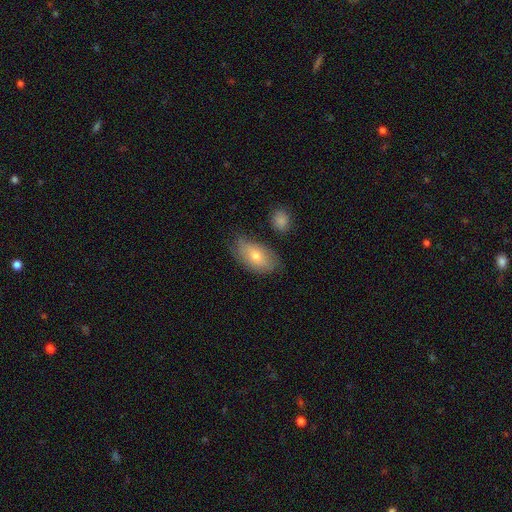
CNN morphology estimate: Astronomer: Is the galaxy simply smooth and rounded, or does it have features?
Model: smooth — 67%.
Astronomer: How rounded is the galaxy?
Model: in between — 92%.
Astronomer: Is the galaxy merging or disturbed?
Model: none — 68%.